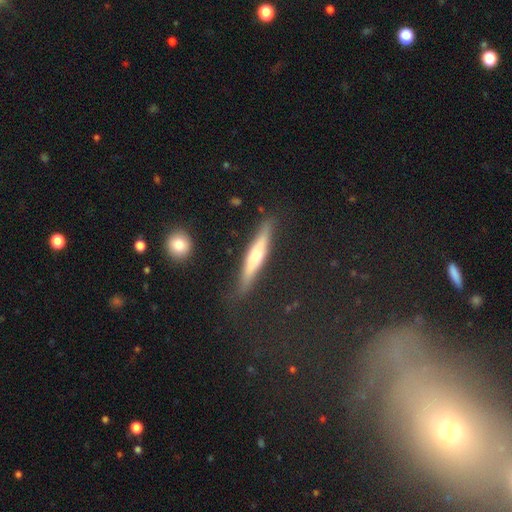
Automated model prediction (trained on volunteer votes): Smooth or featured: featured or disk — 49% (smooth — 43%)
Merging: none — 81% (minor disturbance — 14%)